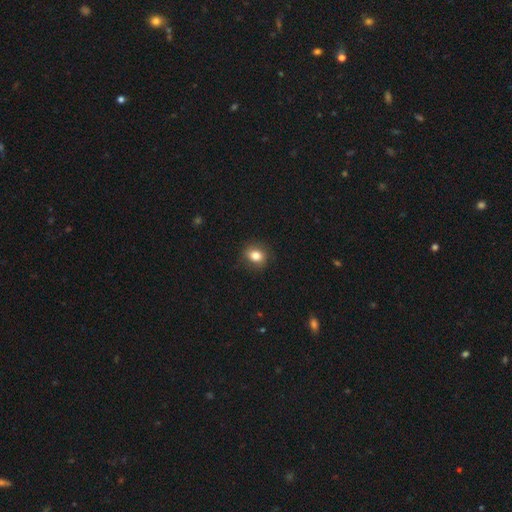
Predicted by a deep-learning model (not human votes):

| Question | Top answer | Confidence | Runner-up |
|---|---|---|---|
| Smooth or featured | smooth | 82% | star or artifact (10%) |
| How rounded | round | 52% | in between (47%) |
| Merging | none | 85% | minor disturbance (11%) |